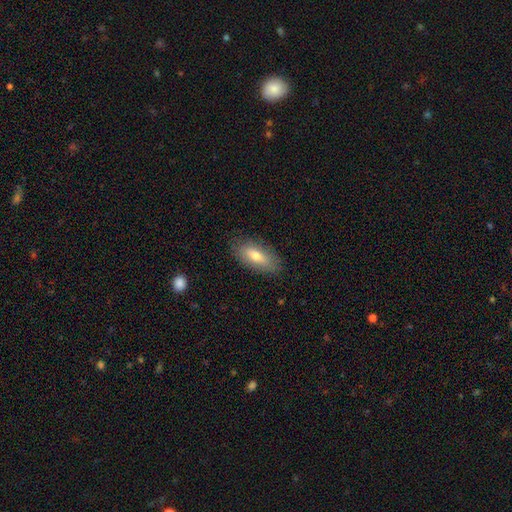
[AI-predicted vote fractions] The model was most divided on "smooth or featured": smooth: 69%, featured or disk: 24%, star or artifact: 7%. More confident: merging — none (84%); how rounded — in between (81%).